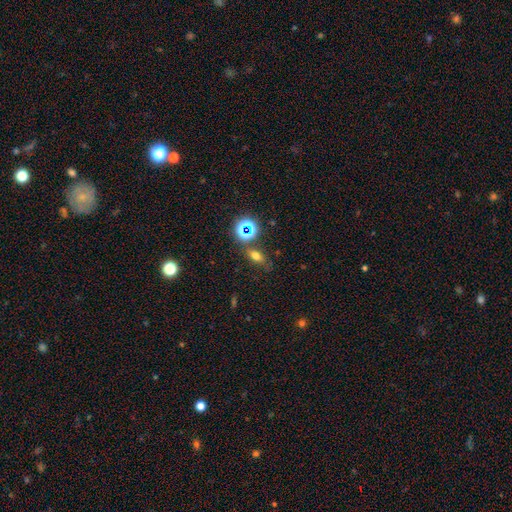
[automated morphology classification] A smooth galaxy with no disk features (61%) that is in between round and cigar-shaped (72%).

Vote fractions:
- Smooth or featured? smooth: 61% / star or artifact: 26% / featured or disk: 13%
- How rounded? in between: 72% / round: 20% / cigar-shaped: 7%
- Merging? none: 69% / minor disturbance: 15% / merger: 10% / major disturbance: 6%